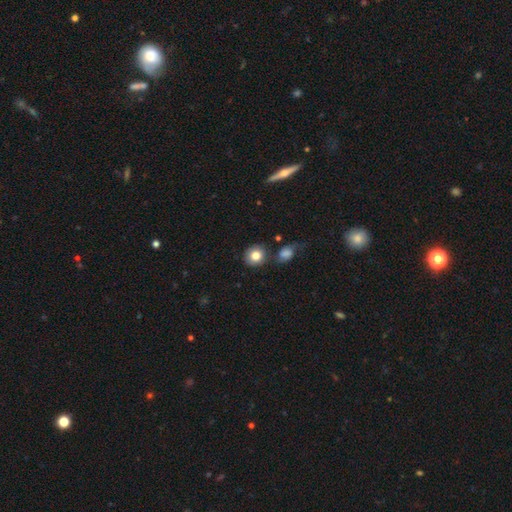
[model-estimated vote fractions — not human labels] Smooth or featured? smooth (82%)
How rounded? round (78%)
Merging? none (71%)